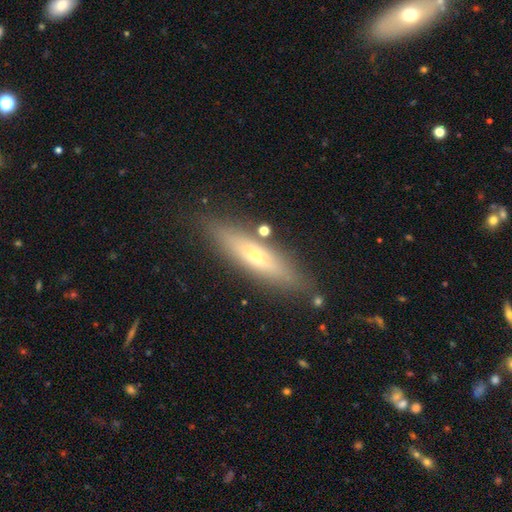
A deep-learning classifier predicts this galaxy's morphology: A featured or disk galaxy (48%). Merging: none (84%).